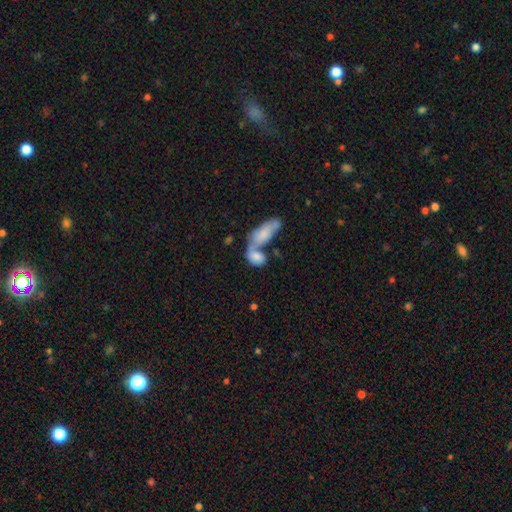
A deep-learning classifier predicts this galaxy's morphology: Smooth or featured? Predicted: smooth (p=0.74). How rounded? Predicted: in between (p=0.83). Merging? Predicted: merger (p=0.63).